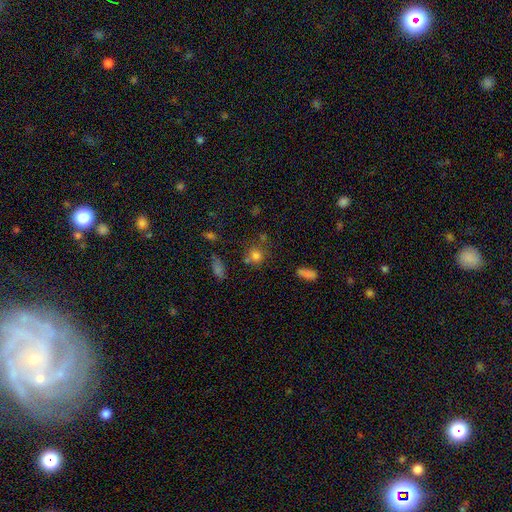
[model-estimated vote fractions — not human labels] smooth_or_featured: smooth (p=0.76) [alt: star or artifact p=0.14]
how_rounded: round (p=0.78) [alt: in between p=0.21]
merging: none (p=0.61) [alt: merger p=0.18]